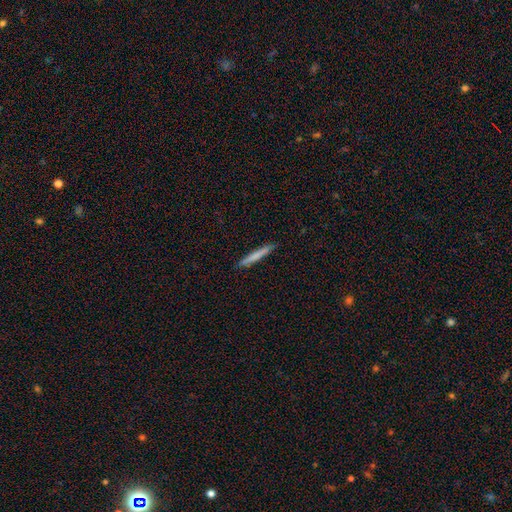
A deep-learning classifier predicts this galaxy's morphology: A smooth galaxy with no disk features (73%) that is cigar-shaped (96%). Merging: none (91%).